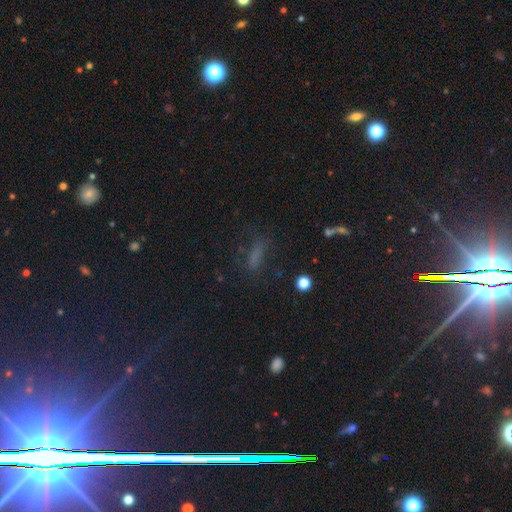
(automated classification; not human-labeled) smooth 55%, star or artifact 29%, featured or disk 15%. Down the decision tree: how rounded — cigar-shaped (51%); merging — none (59%).